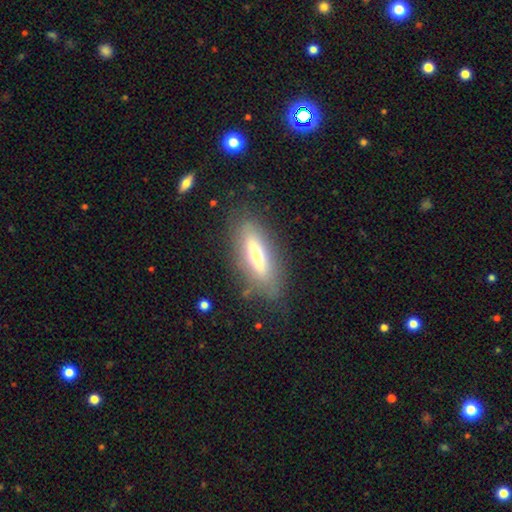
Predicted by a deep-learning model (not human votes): Smooth or featured: smooth — 51% (featured or disk — 41%)
How rounded: in between — 56% (cigar-shaped — 42%)
Merging: none — 79% (minor disturbance — 14%)